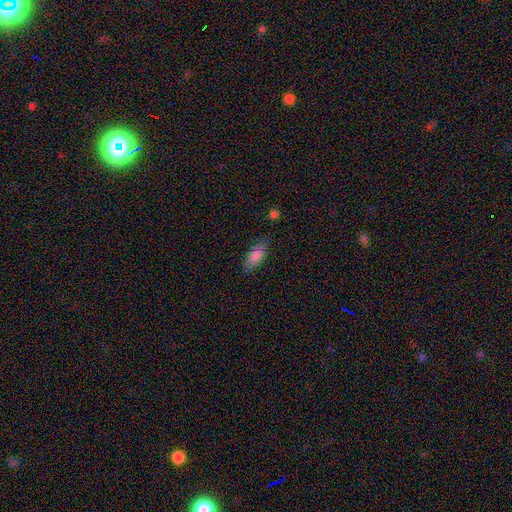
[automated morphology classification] Smooth or featured?
  - smooth: 83% *
  - featured or disk: 10%
  - star or artifact: 7%
How rounded?
  - in between: 81% *
  - cigar-shaped: 17%
  - round: 2%
Merging?
  - none: 77% *
  - minor disturbance: 17%
  - major disturbance: 4%
  - merger: 2%